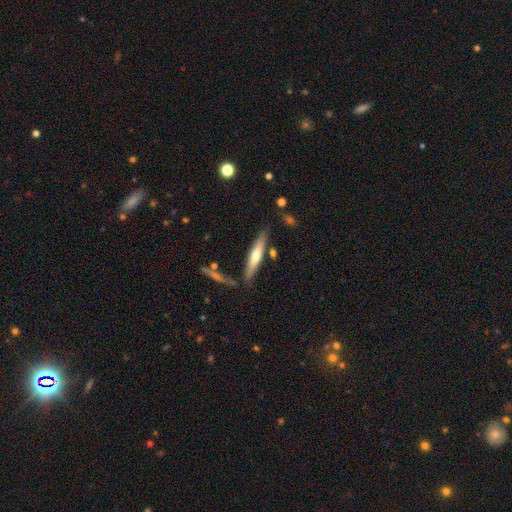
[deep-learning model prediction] Smooth or featured? Predicted: smooth (p=0.50). Merging? Predicted: none (p=0.77).